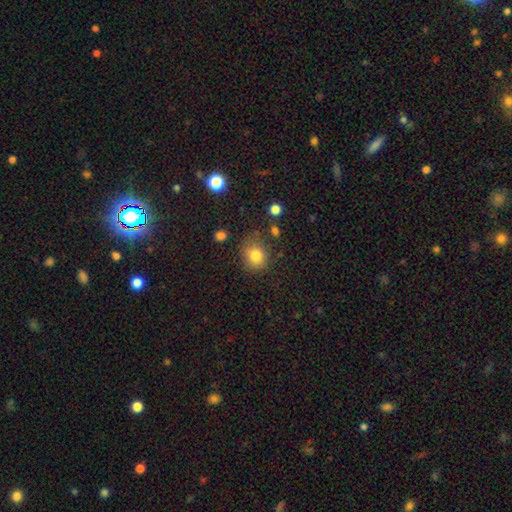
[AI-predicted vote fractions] Overall: smooth (81%). How rounded: round (68%; in between 31%). Merging: none (67%).